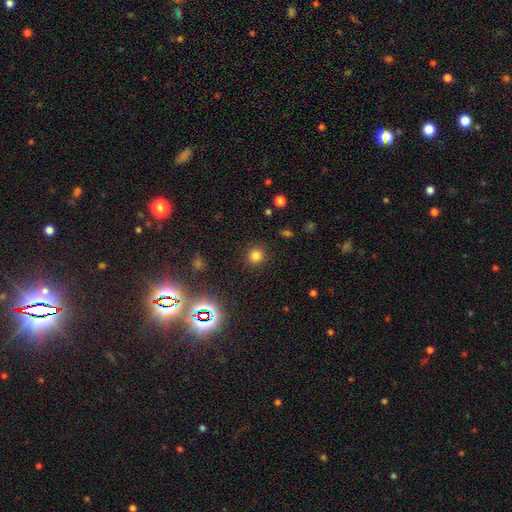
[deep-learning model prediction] Smooth or featured: smooth — 78% (star or artifact — 17%)
How rounded: round — 91% (in between — 8%)
Merging: none — 89% (minor disturbance — 6%)